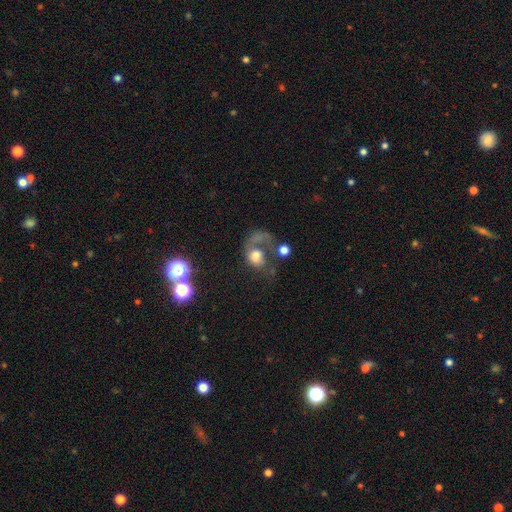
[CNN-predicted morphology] smooth_or_featured: smooth (p=0.46) [alt: featured or disk p=0.42]
merging: major disturbance (p=0.48) [alt: merger p=0.24]